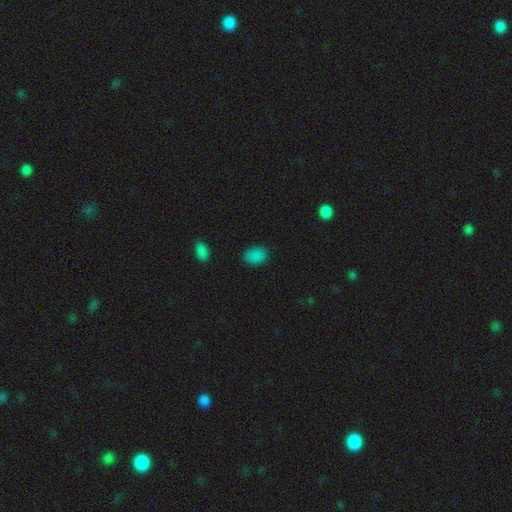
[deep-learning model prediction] Smooth or featured: smooth — 86% (star or artifact — 11%)
How rounded: in between — 73% (round — 26%)
Merging: none — 86% (minor disturbance — 10%)